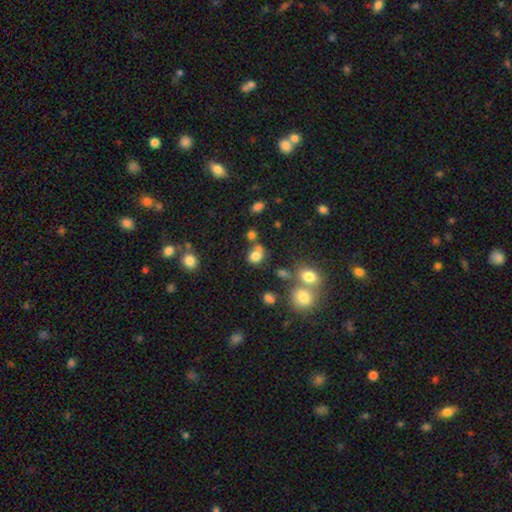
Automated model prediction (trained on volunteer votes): Smooth or featured?
  - smooth: 77% *
  - star or artifact: 14%
  - featured or disk: 9%
How rounded?
  - round: 66% *
  - in between: 33%
  - cigar-shaped: 1%
Merging?
  - none: 50% *
  - merger: 28%
  - minor disturbance: 15%
  - major disturbance: 7%